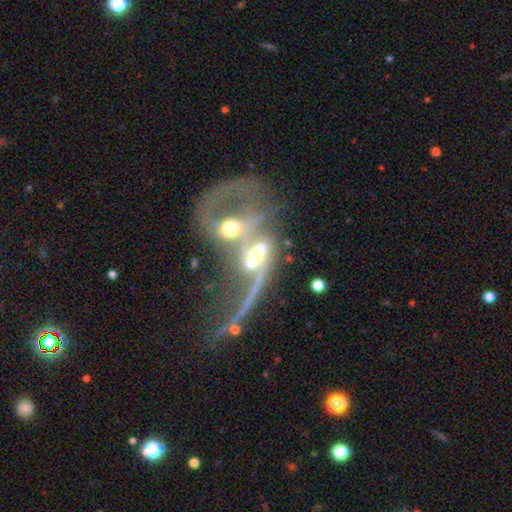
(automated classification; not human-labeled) Morphology: type=featured or disk (65%); edge-on=no (87%); bar=no (57%); spiral arms=yes (57%); bulge=moderate (53%); merging=merger (71%).